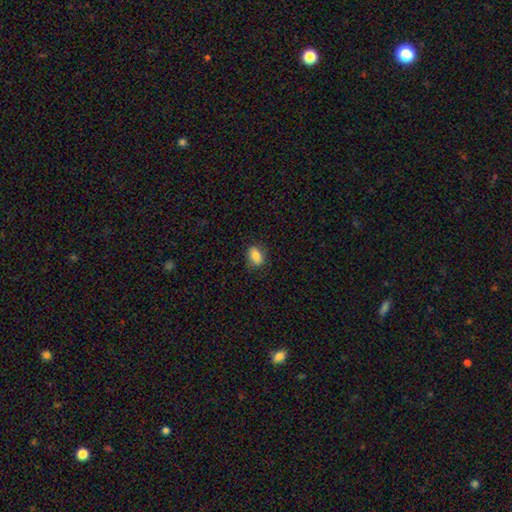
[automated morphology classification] This is clearly a smooth galaxy (81%). How rounded: likely in between (75%). Merging: clearly none (81%).